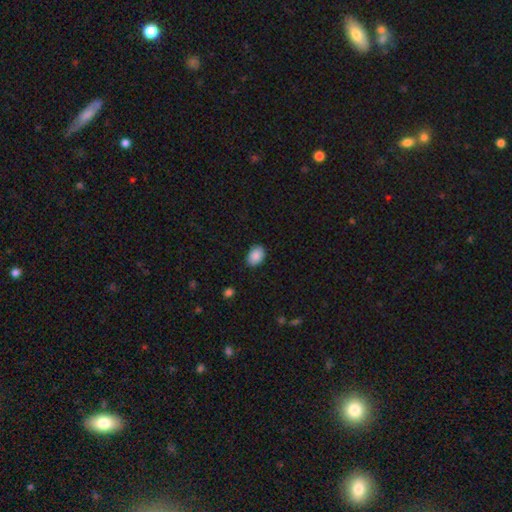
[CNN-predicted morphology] This is clearly a smooth galaxy (90%). How rounded: clearly in between (83%). Merging: clearly none (88%).